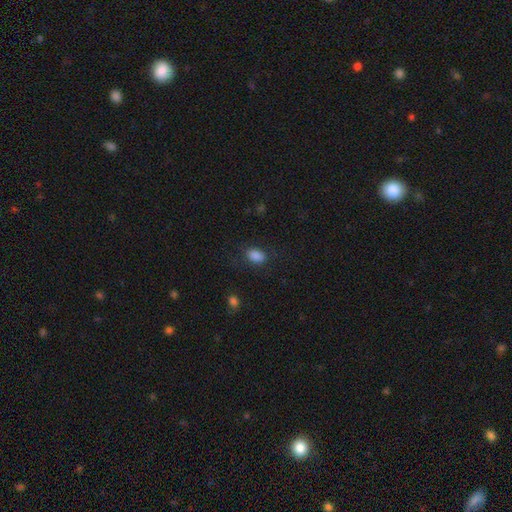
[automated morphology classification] A smooth galaxy with no disk features (86%) that is in between round and cigar-shaped (84%).

Vote fractions:
- Smooth or featured? smooth: 86% / star or artifact: 10% / featured or disk: 4%
- How rounded? in between: 84% / round: 15% / cigar-shaped: 1%
- Merging? none: 78% / minor disturbance: 15% / major disturbance: 6% / merger: 2%